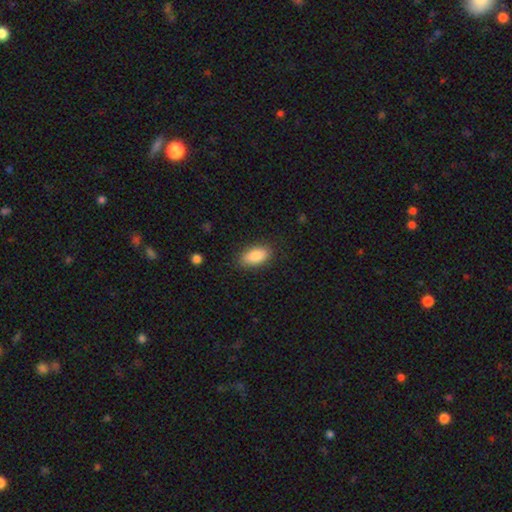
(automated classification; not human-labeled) This is clearly a smooth galaxy (87%). How rounded: clearly in between (90%). Merging: clearly none (84%).